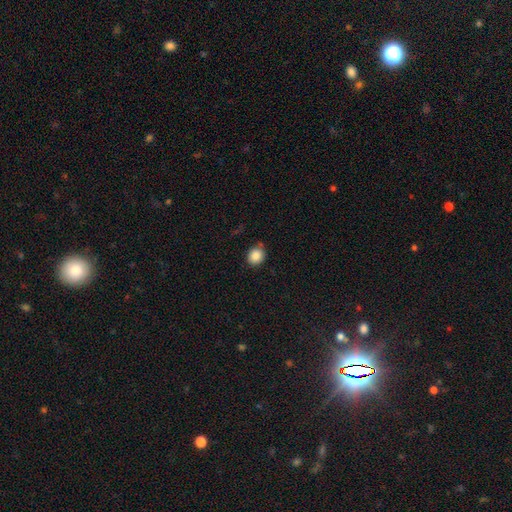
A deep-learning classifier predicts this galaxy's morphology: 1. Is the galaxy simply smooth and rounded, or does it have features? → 87% smooth, 9% star or artifact, 4% featured or disk.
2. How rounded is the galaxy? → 72% round, 27% in between, 1% cigar-shaped.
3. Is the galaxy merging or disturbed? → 77% none, 16% minor disturbance, 3% merger, 3% major disturbance.